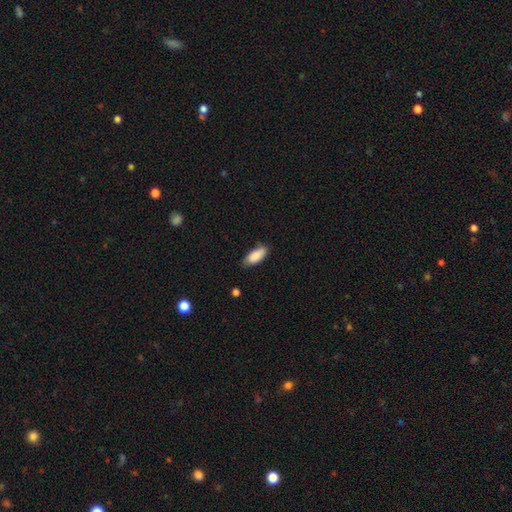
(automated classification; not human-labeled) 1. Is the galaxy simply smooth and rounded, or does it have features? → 87% smooth, 7% featured or disk, 6% star or artifact.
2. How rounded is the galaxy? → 86% in between, 13% cigar-shaped, 2% round.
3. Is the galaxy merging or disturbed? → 73% none, 22% minor disturbance, 3% major disturbance, 2% merger.